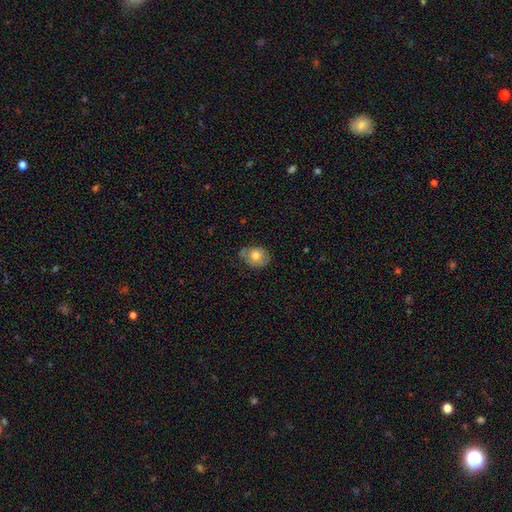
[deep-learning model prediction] Smooth or featured?
  - smooth: 73% *
  - featured or disk: 19%
  - star or artifact: 8%
How rounded?
  - in between: 52% *
  - round: 47%
  - cigar-shaped: 1%
Merging?
  - none: 64% *
  - minor disturbance: 28%
  - major disturbance: 6%
  - merger: 2%